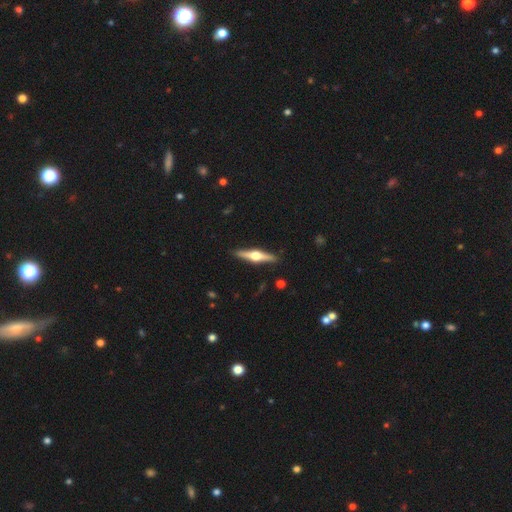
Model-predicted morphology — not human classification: Smooth or featured: featured or disk — 75% (smooth — 20%)
Edge-on disk: yes — 98% (no — 2%)
Edge-on bulge: rounded — 96% (boxy — 3%)
Merging: none — 91% (minor disturbance — 6%)